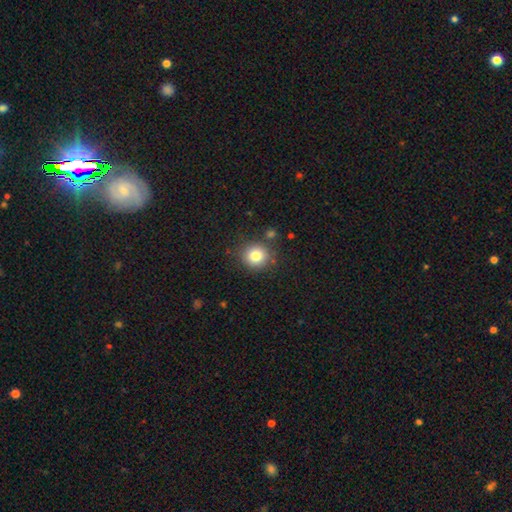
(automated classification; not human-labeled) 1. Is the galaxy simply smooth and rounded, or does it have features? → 80% smooth, 12% star or artifact, 8% featured or disk.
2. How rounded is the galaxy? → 88% round, 11% in between, 1% cigar-shaped.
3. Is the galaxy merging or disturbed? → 84% none, 9% minor disturbance, 4% merger, 3% major disturbance.